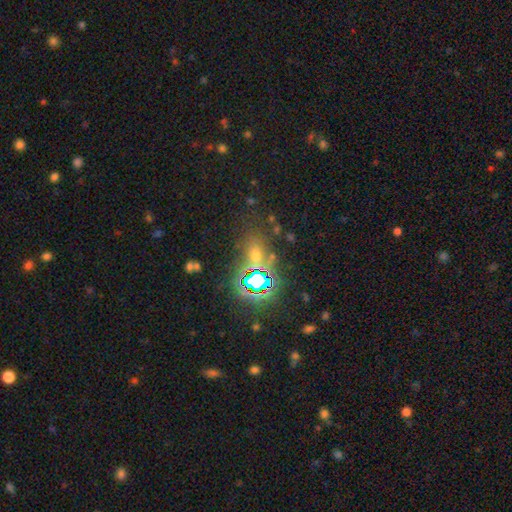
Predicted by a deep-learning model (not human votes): A star or artifact, not a galaxy (48%).

Vote fractions:
- Smooth or featured? star or artifact: 48% / smooth: 41% / featured or disk: 10%